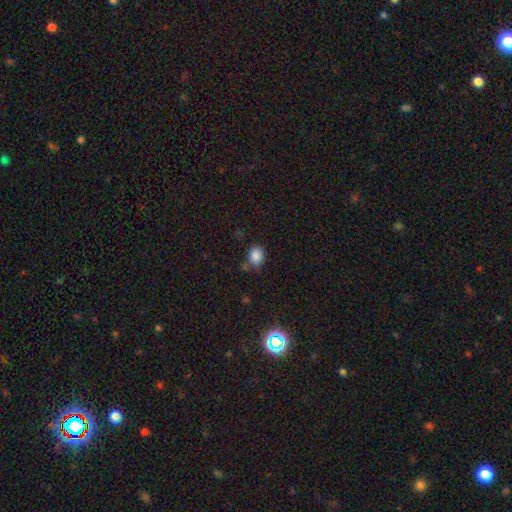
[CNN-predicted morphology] A smooth galaxy with no disk features (85%) that is in between round and cigar-shaped (52%). Merging: none (65%).